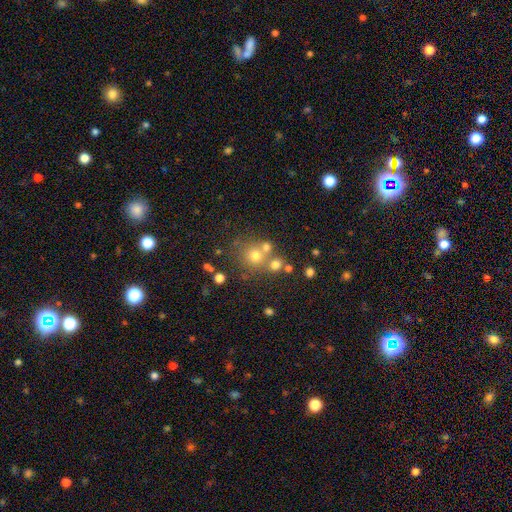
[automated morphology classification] Overall: smooth (64%). How rounded: round (87%). Merging: none (55%; merger 31%).